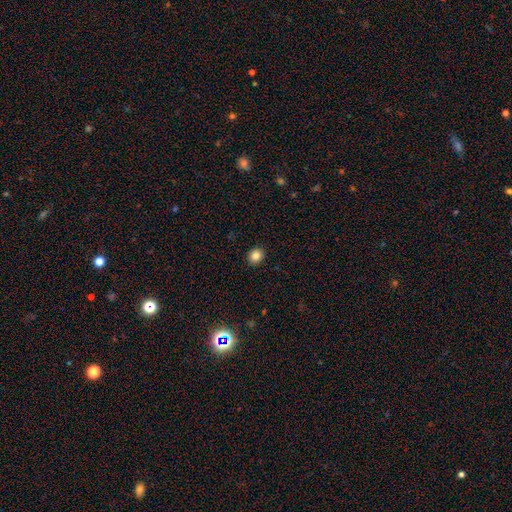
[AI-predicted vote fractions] Morphology: type=smooth (84%); roundness=round (75%); merging=none (91%).